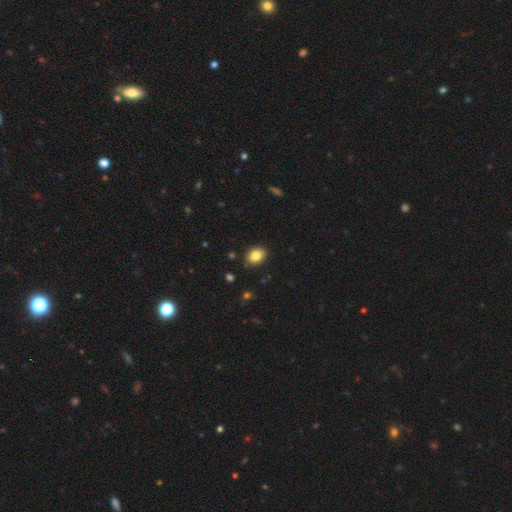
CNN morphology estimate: smooth-or-featured: smooth: 85% | star or artifact: 9% | featured or disk: 6%
  how-rounded: in between: 68% | round: 31% | cigar-shaped: 1%
  merging: none: 85% | minor disturbance: 12% | major disturbance: 2% | merger: 1%